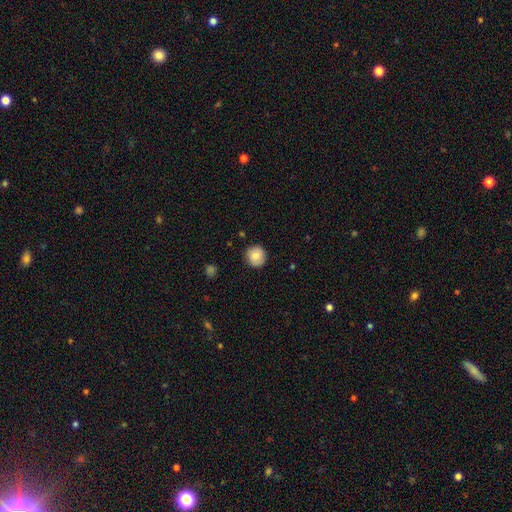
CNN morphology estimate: Smooth or featured? Predicted: smooth (p=0.82). How rounded? Predicted: round (p=0.92). Merging? Predicted: none (p=0.88).